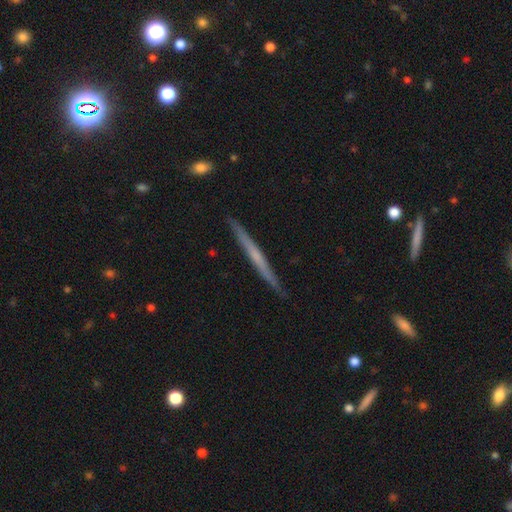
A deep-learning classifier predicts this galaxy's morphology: This is possibly a featured or disk galaxy (60%). It is clearly viewed edge-on (98%). Edge-on bulge: likely none (73%). Merging: clearly none (90%).